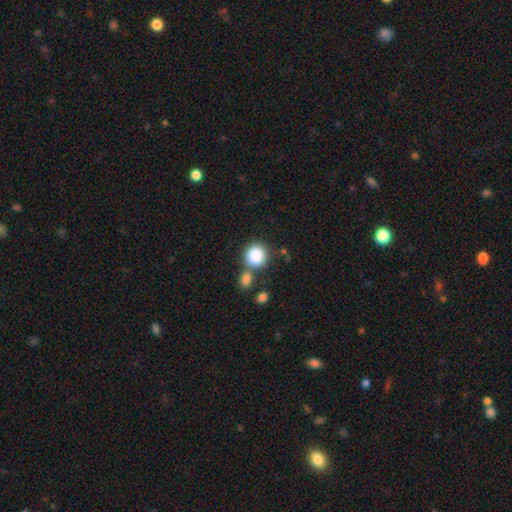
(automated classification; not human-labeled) Smooth or featured? smooth (87%)
How rounded? round (87%)
Merging? none (59%)